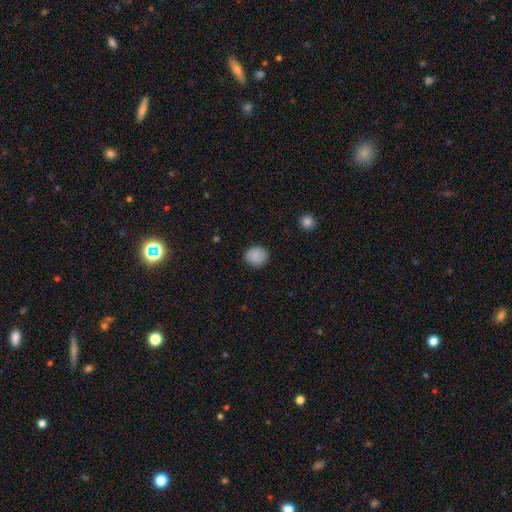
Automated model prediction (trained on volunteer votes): A smooth galaxy with no disk features (87%) that is round (82%). Merging: none (89%).